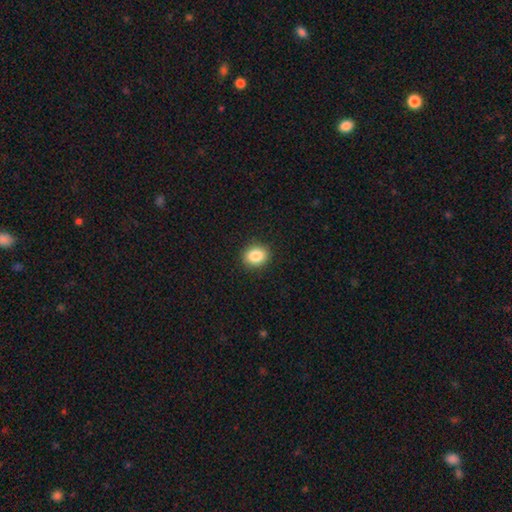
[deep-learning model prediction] A smooth galaxy with no disk features (86%) that is round (59%).

Vote fractions:
- Smooth or featured? smooth: 86% / star or artifact: 9% / featured or disk: 5%
- How rounded? round: 59% / in between: 40% / cigar-shaped: 1%
- Merging? none: 90% / minor disturbance: 7% / major disturbance: 2% / merger: 1%